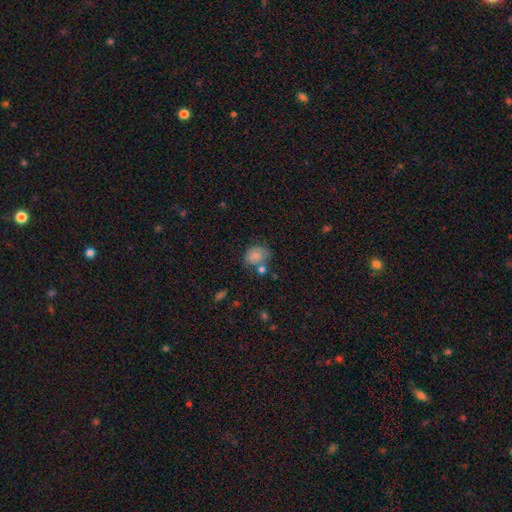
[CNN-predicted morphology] type=smooth (77%); roundness=round (62%); merging=none (54%).